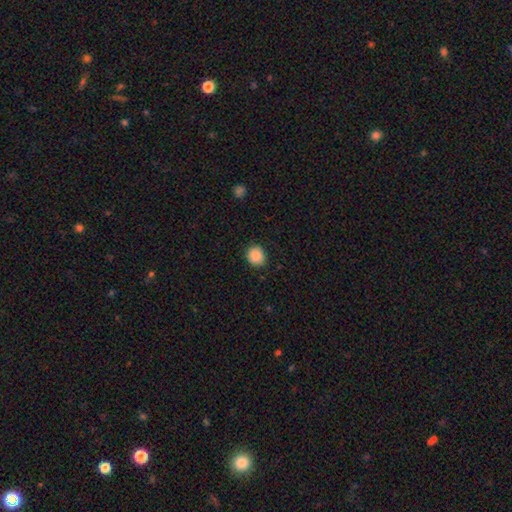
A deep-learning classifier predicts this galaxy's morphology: Smooth or featured? Predicted: smooth (p=0.88). How rounded? Predicted: round (p=0.80). Merging? Predicted: none (p=0.89).